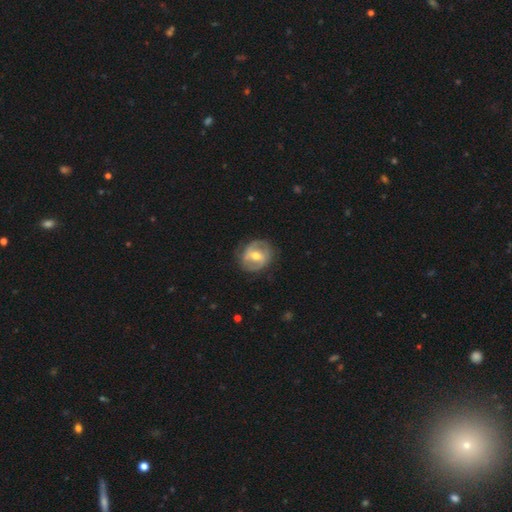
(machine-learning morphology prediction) smooth_or_featured: featured or disk (p=0.71) [alt: smooth p=0.24]
disk_edge_on: no (p=0.96) [alt: yes p=0.04]
bar: weak (p=0.42) [alt: strong p=0.36]
has_spiral_arms: yes (p=0.74) [alt: no p=0.26]
spiral_winding: medium (p=0.41) [alt: tight p=0.39]
spiral_arm_count: 2 (p=0.76) [alt: can't tell p=0.14]
bulge_size: moderate (p=0.72) [alt: small p=0.22]
merging: none (p=0.77) [alt: minor disturbance p=0.16]